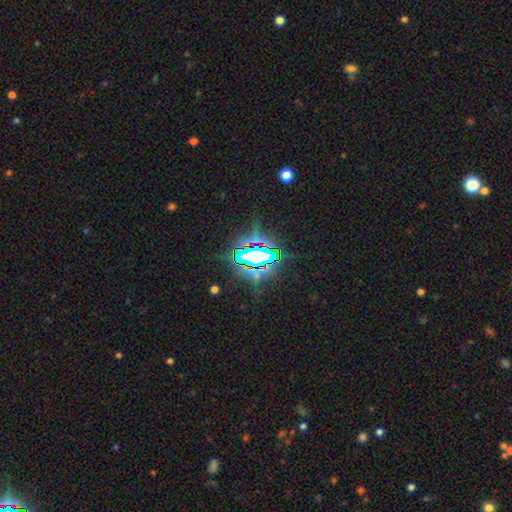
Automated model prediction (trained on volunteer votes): smooth_or_featured: star or artifact (p=0.76) [alt: smooth p=0.13]